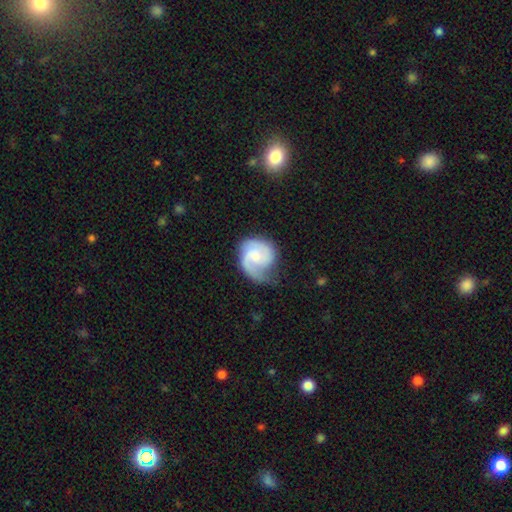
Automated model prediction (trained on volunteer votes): smooth_or_featured: featured or disk (p=0.68) [alt: smooth p=0.26]
disk_edge_on: no (p=0.98) [alt: yes p=0.02]
bar: no (p=0.62) [alt: weak p=0.33]
has_spiral_arms: yes (p=0.93) [alt: no p=0.07]
spiral_winding: medium (p=0.45) [alt: tight p=0.32]
spiral_arm_count: 2 (p=0.57) [alt: 1 p=0.17]
bulge_size: small (p=0.53) [alt: moderate p=0.31]
merging: none (p=0.47) [alt: minor disturbance p=0.31]